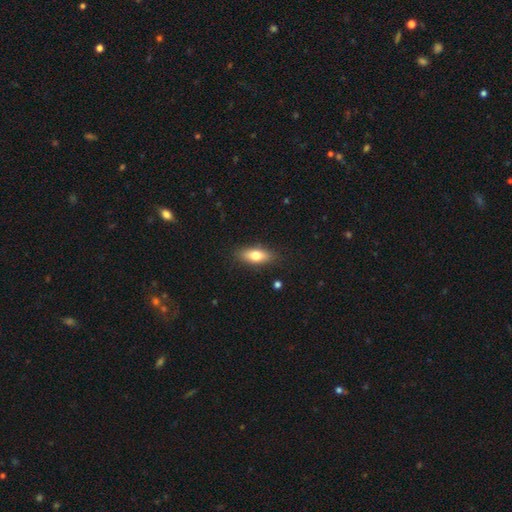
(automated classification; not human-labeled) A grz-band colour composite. It shows a smooth galaxy with no disk features (74%) that is in between round and cigar-shaped (76%). Merging: none (87%).